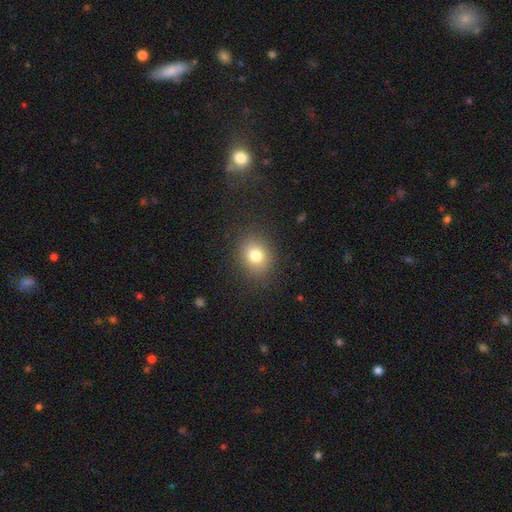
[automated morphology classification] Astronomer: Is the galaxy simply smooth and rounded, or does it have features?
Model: smooth — 78%.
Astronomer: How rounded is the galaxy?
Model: round — 61% (runner-up: in between, 39%).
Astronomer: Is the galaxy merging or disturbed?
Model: none — 86%.